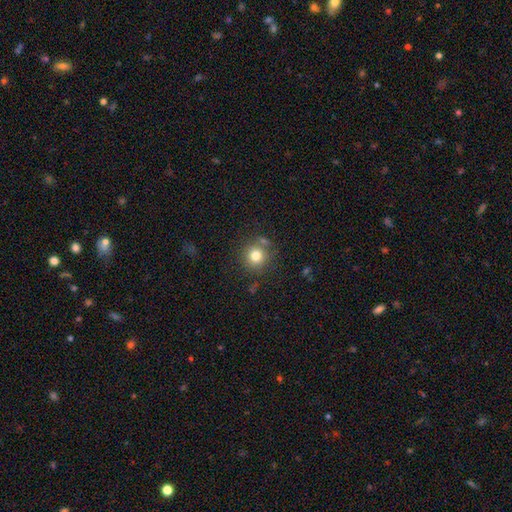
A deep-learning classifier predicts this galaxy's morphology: Smooth or featured? Predicted: smooth (p=0.79). How rounded? Predicted: round (p=0.93). Merging? Predicted: none (p=0.78).